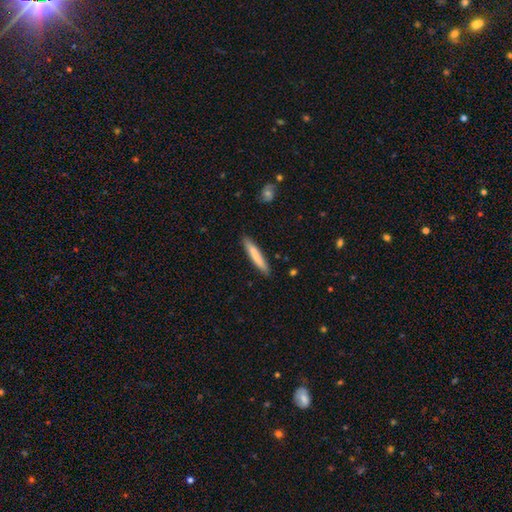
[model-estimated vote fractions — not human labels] The model was most divided on "smooth or featured": smooth: 76%, featured or disk: 19%, star or artifact: 5%. More confident: how rounded — cigar-shaped (93%); merging — none (89%).